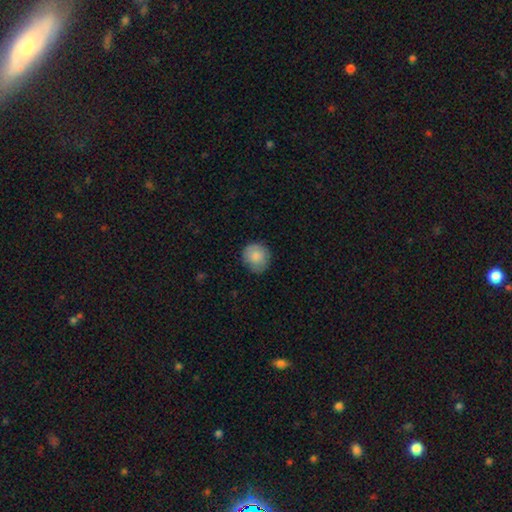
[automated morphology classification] smooth-or-featured: smooth: 86% | featured or disk: 7% | star or artifact: 7%
  how-rounded: round: 86% | in between: 13% | cigar-shaped: 1%
  merging: none: 82% | minor disturbance: 14% | major disturbance: 3% | merger: 1%